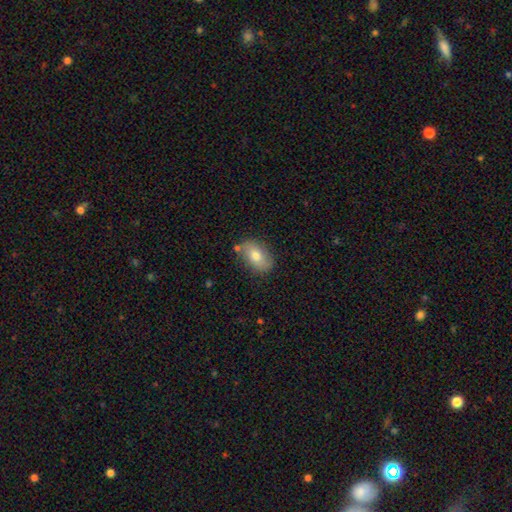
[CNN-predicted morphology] Smooth or featured? smooth (73%)
How rounded? in between (88%)
Merging? none (77%)